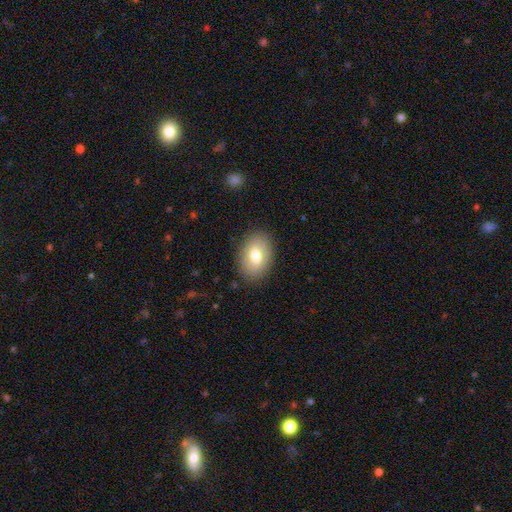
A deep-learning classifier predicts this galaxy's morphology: Smooth or featured? smooth (74%)
How rounded? in between (84%)
Merging? none (87%)